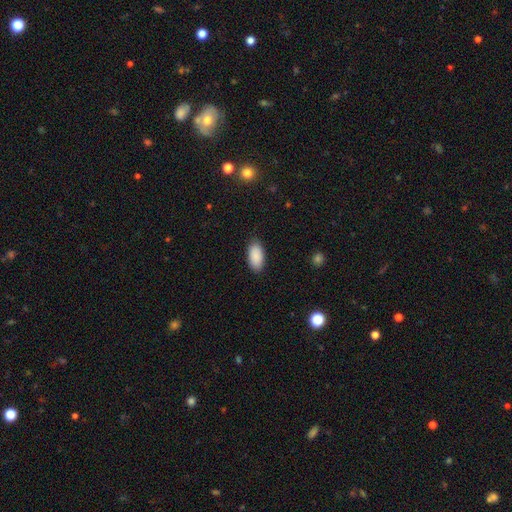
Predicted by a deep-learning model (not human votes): smooth-or-featured: smooth: 90% | star or artifact: 6% | featured or disk: 3%
  how-rounded: in between: 94% | cigar-shaped: 3% | round: 2%
  merging: none: 86% | minor disturbance: 11% | major disturbance: 2% | merger: 1%